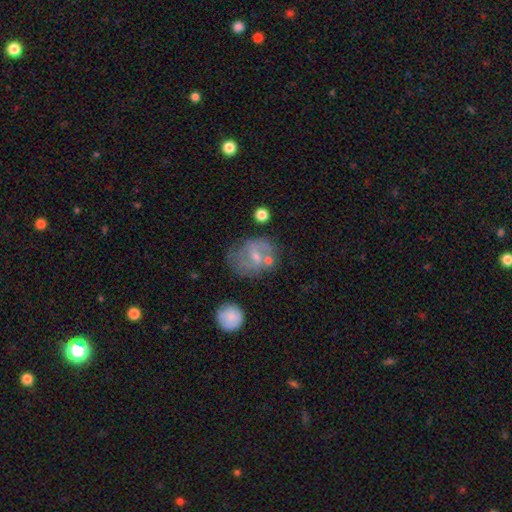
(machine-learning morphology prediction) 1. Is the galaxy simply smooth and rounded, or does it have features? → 59% featured or disk, 30% smooth, 10% star or artifact.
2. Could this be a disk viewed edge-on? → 96% no, 4% yes.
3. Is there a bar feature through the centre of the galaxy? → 52% weak, 31% no, 18% strong.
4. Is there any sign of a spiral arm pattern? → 72% yes, 28% no.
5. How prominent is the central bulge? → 61% small, 31% moderate, 6% none, 1% large, 1% dominant.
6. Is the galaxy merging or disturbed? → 57% none, 21% minor disturbance, 11% major disturbance, 11% merger.